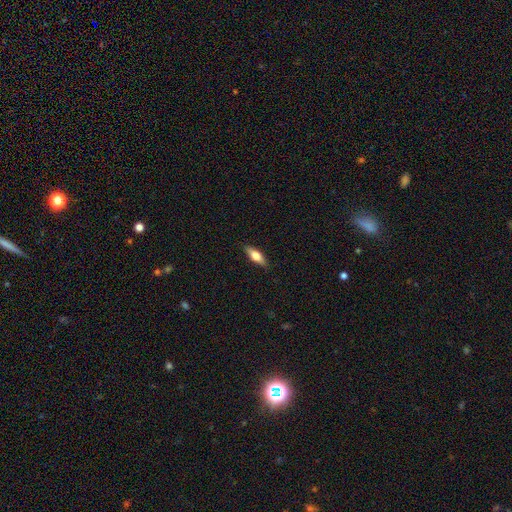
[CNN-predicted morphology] smooth_or_featured: smooth (p=0.63) [alt: featured or disk p=0.31]
how_rounded: in between (p=0.57) [alt: cigar-shaped p=0.40]
merging: none (p=0.87) [alt: minor disturbance p=0.10]